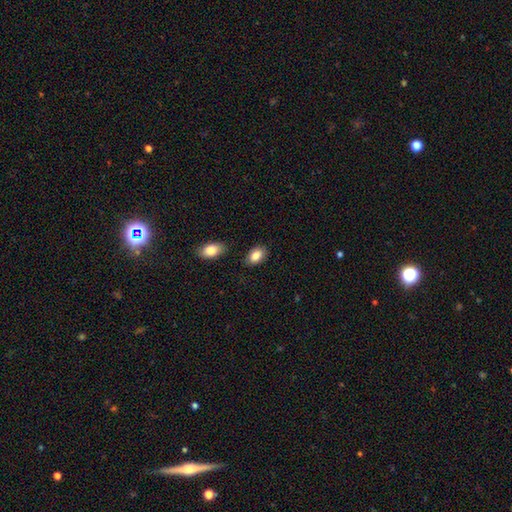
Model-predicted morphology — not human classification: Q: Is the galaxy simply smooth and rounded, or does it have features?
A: smooth — 85%.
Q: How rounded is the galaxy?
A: in between — 89%.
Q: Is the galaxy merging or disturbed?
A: none — 84%.